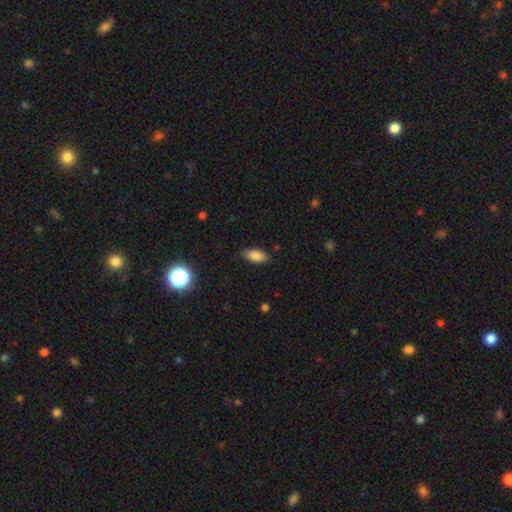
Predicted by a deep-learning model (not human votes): This is clearly a smooth galaxy (85%). How rounded: clearly in between (89%). Merging: clearly none (85%).